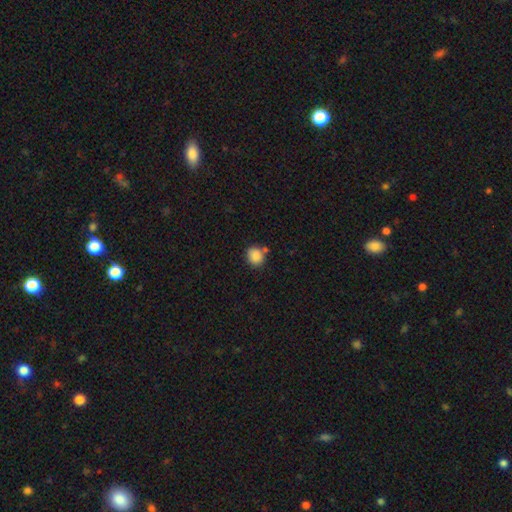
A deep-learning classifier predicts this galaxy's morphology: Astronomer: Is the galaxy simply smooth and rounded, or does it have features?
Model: smooth — 86%.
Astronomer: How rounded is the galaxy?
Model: round — 77%.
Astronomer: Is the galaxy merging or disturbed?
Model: none — 72%.